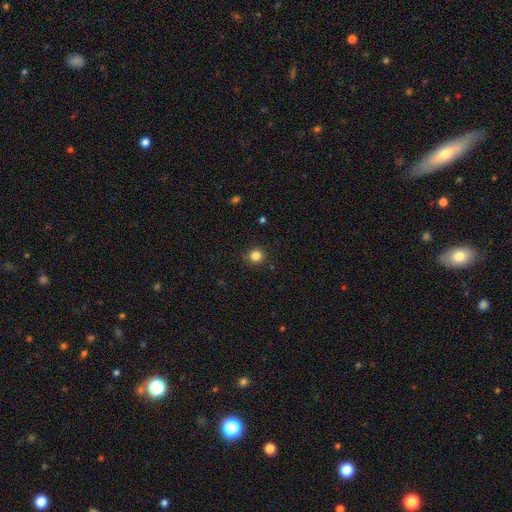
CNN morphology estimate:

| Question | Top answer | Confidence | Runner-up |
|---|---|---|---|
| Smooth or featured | smooth | 83% | star or artifact (12%) |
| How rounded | round | 94% | in between (5%) |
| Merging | none | 88% | minor disturbance (8%) |